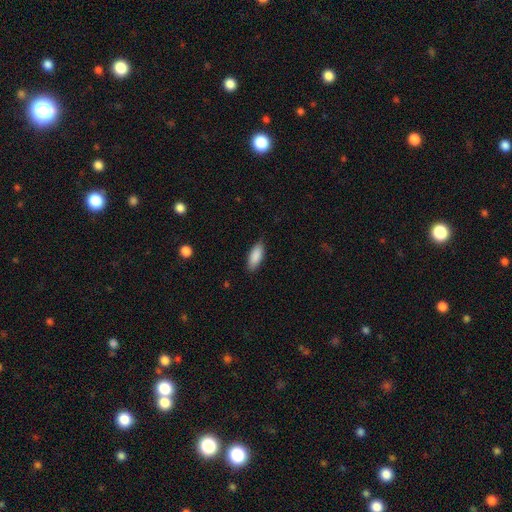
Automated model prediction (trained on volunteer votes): Smooth or featured? smooth (89%)
How rounded? in between (78%)
Merging? none (84%)